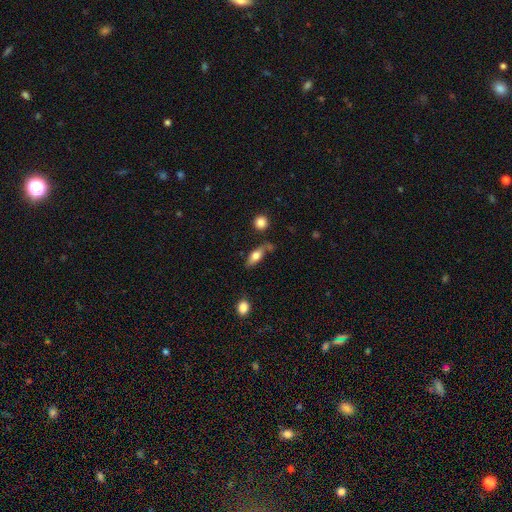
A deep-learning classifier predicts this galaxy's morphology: smooth-or-featured: smooth: 68% | featured or disk: 25% | star or artifact: 7%
  how-rounded: in between: 72% | cigar-shaped: 23% | round: 5%
  merging: none: 63% | minor disturbance: 20% | merger: 10% | major disturbance: 6%